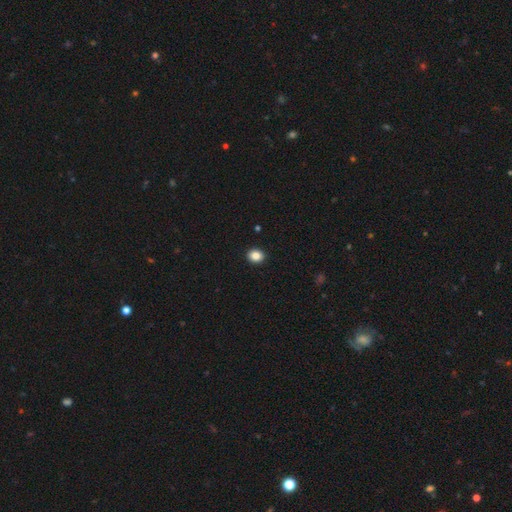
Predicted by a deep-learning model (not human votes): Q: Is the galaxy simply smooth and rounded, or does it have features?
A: smooth — 86%.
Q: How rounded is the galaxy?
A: round — 59%.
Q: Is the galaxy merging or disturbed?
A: none — 92%.